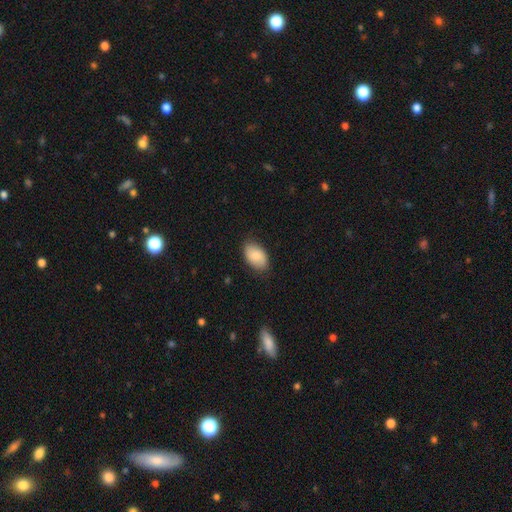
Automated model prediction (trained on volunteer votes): Q: Smooth or featured?
A: smooth (83%); runner-up: featured or disk (11%)
Q: How rounded?
A: in between (92%); runner-up: round (6%)
Q: Merging?
A: none (82%); runner-up: minor disturbance (14%)